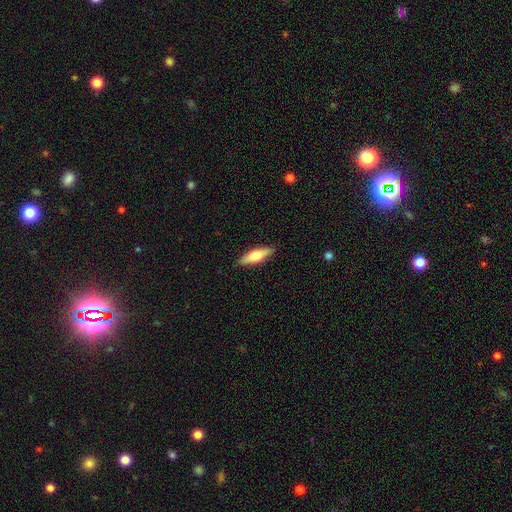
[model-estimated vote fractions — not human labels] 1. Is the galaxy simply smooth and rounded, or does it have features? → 58% smooth, 37% featured or disk, 6% star or artifact.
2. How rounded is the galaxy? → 61% cigar-shaped, 37% in between, 2% round.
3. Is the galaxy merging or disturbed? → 89% none, 9% minor disturbance, 2% major disturbance, 1% merger.